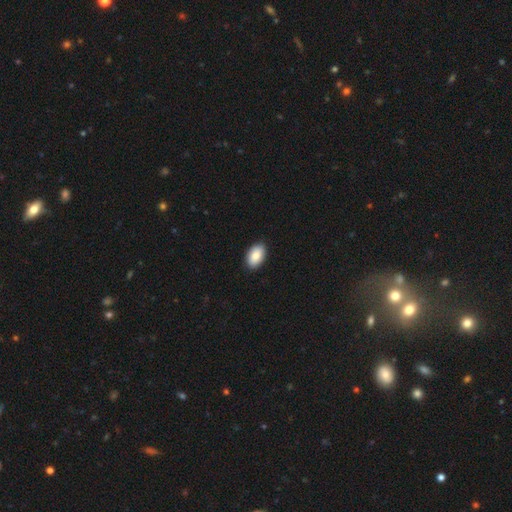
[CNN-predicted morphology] This is clearly a smooth galaxy (87%). How rounded: clearly in between (94%). Merging: clearly none (90%).